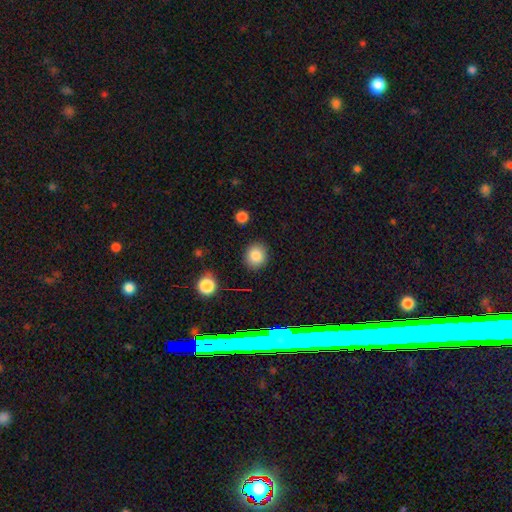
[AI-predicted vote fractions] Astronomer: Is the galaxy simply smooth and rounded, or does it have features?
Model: smooth — 84%.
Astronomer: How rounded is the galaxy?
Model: round — 76%.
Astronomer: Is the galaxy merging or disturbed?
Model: none — 87%.